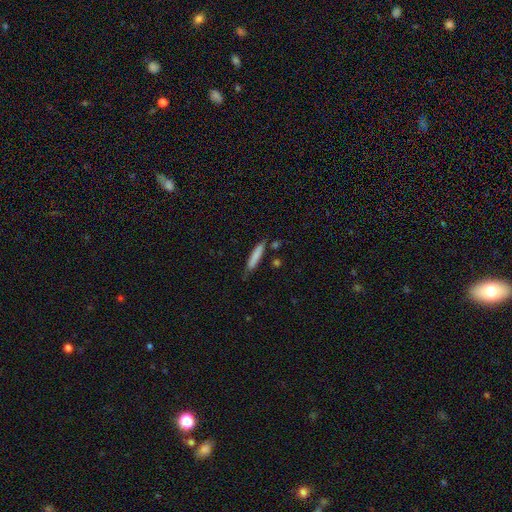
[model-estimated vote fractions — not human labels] This is likely a smooth galaxy (76%). How rounded: clearly cigar-shaped (90%). Merging: likely none (72%).